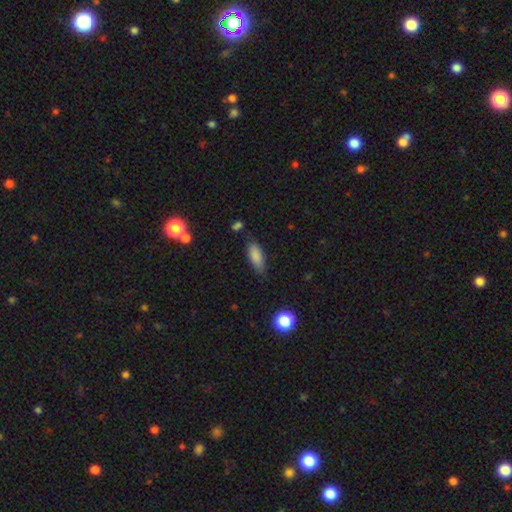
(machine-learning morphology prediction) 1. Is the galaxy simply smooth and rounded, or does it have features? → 85% smooth, 8% star or artifact, 7% featured or disk.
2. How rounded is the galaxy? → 75% in between, 23% cigar-shaped, 2% round.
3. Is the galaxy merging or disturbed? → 73% none, 20% minor disturbance, 4% major disturbance, 3% merger.